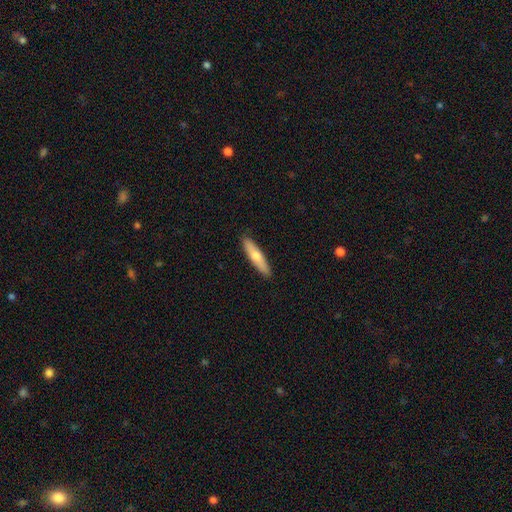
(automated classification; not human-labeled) The model was most divided on "smooth or featured": smooth: 59%, featured or disk: 35%, star or artifact: 6%. More confident: merging — none (91%); how rounded — cigar-shaped (83%).